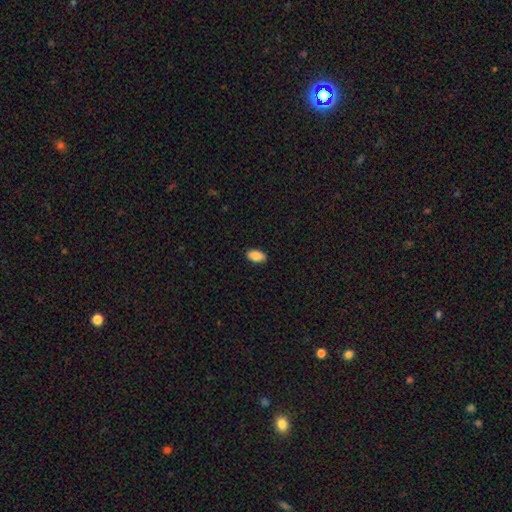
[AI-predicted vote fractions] Q: Smooth or featured?
A: smooth (86%); runner-up: star or artifact (7%)
Q: How rounded?
A: in between (94%); runner-up: round (4%)
Q: Merging?
A: none (89%); runner-up: minor disturbance (9%)